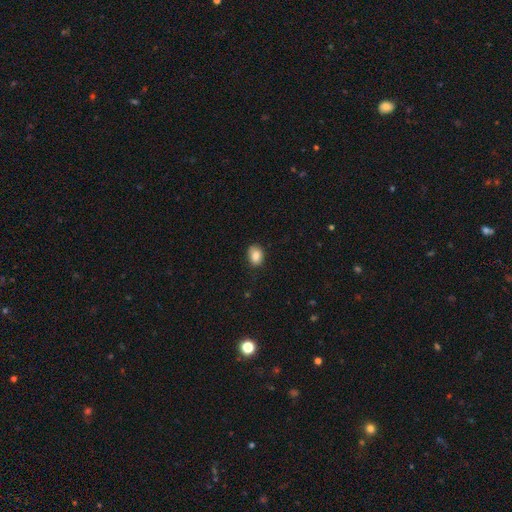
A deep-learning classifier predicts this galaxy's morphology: smooth-or-featured: smooth: 86% | star or artifact: 9% | featured or disk: 6%
  how-rounded: in between: 70% | round: 29% | cigar-shaped: 1%
  merging: none: 77% | minor disturbance: 19% | major disturbance: 3% | merger: 1%